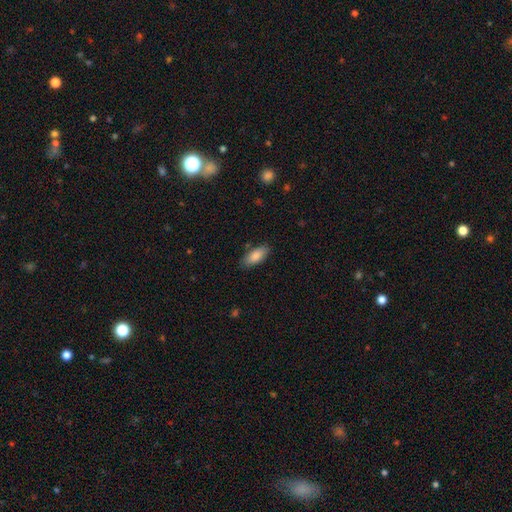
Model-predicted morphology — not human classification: smooth-or-featured: smooth: 85% | featured or disk: 8% | star or artifact: 6%
  how-rounded: in between: 87% | cigar-shaped: 10% | round: 2%
  merging: none: 83% | minor disturbance: 13% | major disturbance: 3% | merger: 2%